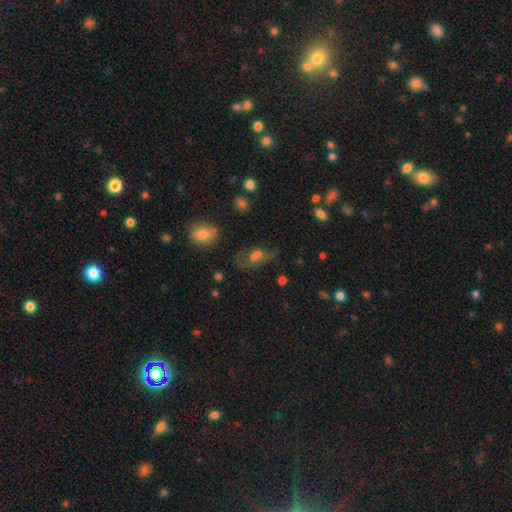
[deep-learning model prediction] smooth_or_featured: smooth (p=0.58) [alt: featured or disk p=0.27]
how_rounded: in between (p=0.82) [alt: round p=0.12]
merging: none (p=0.40) [alt: minor disturbance p=0.22]